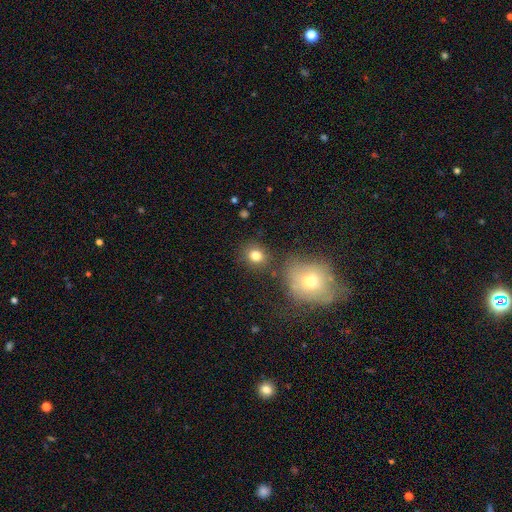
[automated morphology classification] smooth 80%, star or artifact 13%, featured or disk 8%. Down the decision tree: how rounded — round (73%); merging — none (77%).